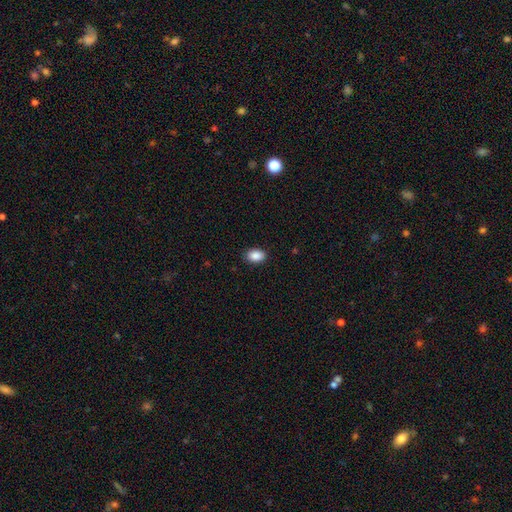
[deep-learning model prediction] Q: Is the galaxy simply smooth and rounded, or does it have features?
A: smooth — 89%.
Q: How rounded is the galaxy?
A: in between — 85%.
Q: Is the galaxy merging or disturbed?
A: none — 88%.